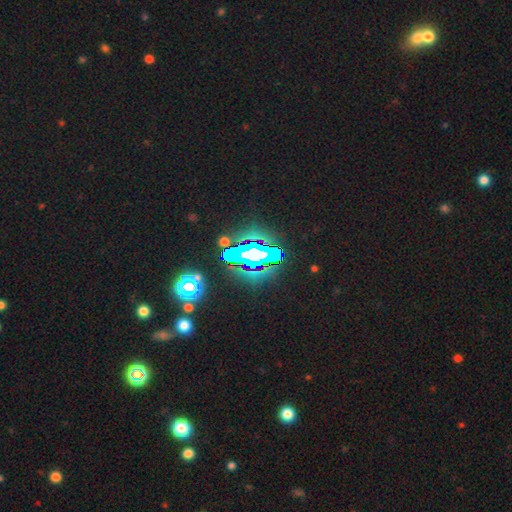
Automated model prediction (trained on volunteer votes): Overall: star or artifact (66%).